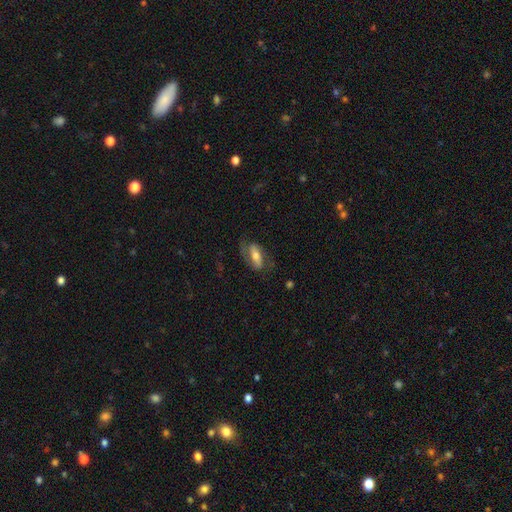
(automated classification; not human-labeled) smooth-or-featured: featured or disk: 61% | smooth: 32% | star or artifact: 6%
  disk-edge-on: no: 91% | yes: 9%
    bar: strong: 39% | no: 31% | weak: 30%
    has-spiral-arms: yes: 83% | no: 17%
    bulge-size: moderate: 64% | small: 23% | large: 10% | none: 2% | dominant: 2%
  merging: none: 64% | minor disturbance: 19% | major disturbance: 15% | merger: 1%